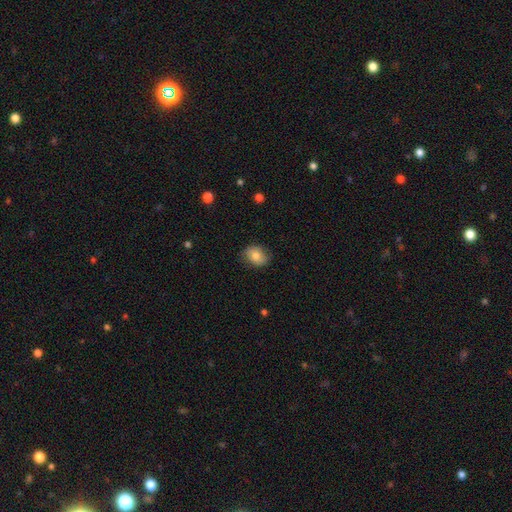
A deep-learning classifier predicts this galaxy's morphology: type=smooth (75%); roundness=in between (55%); merging=none (79%).